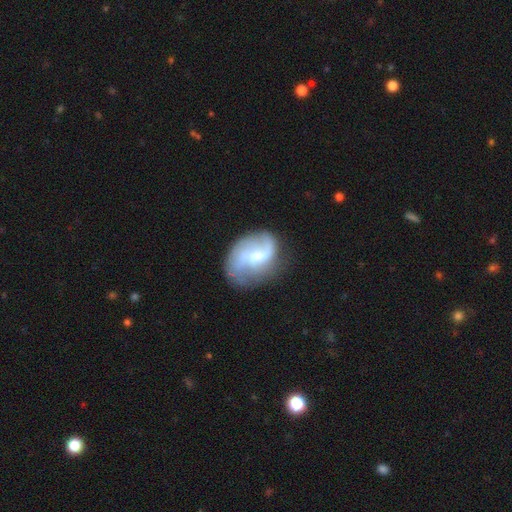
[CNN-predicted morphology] featured or disk 72%, smooth 20%, star or artifact 7%. Down the decision tree: edge-on disk — no (98%); bar — weak (47%); spiral arms — yes (88%); spiral arm count — 2 (61%); spiral winding — loose (65%); bulge size — small (54%); merging — none (56%).